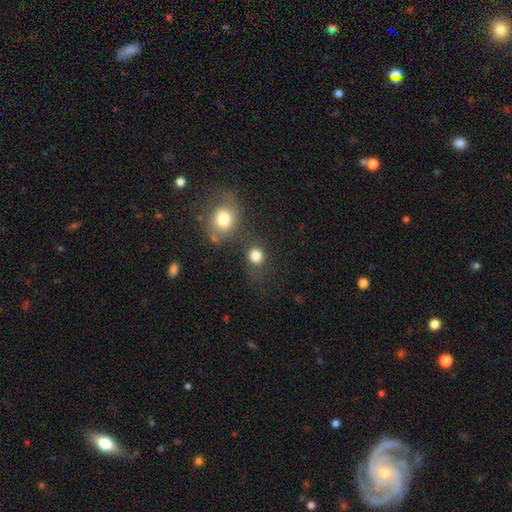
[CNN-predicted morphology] A smooth galaxy with no disk features (81%) that is round (77%).

Vote fractions:
- Smooth or featured? smooth: 81% / star or artifact: 12% / featured or disk: 7%
- How rounded? round: 77% / in between: 22% / cigar-shaped: 1%
- Merging? none: 65% / merger: 17% / minor disturbance: 12% / major disturbance: 6%